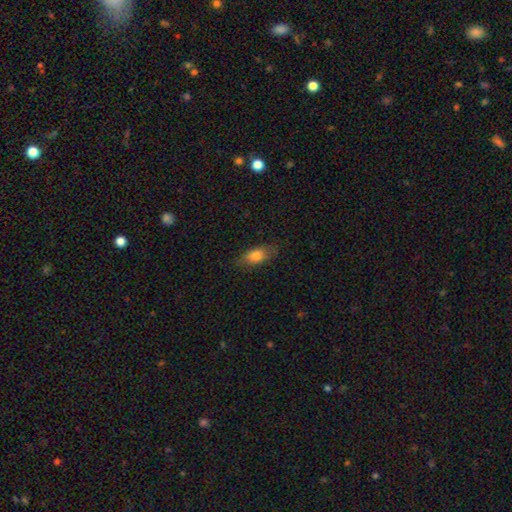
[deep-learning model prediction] smooth_or_featured: smooth (p=0.81) [alt: featured or disk p=0.11]
how_rounded: in between (p=0.83) [alt: cigar-shaped p=0.11]
merging: none (p=0.76) [alt: minor disturbance p=0.18]